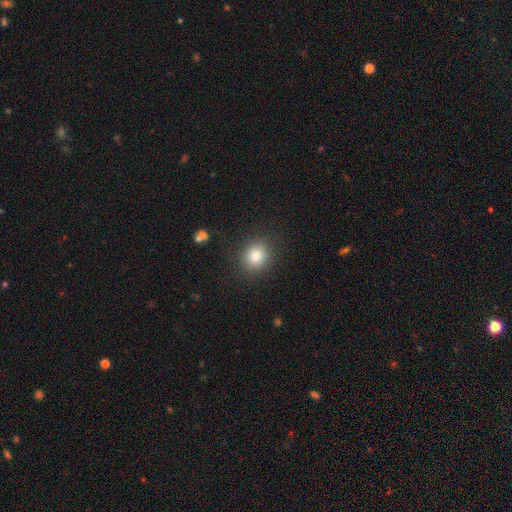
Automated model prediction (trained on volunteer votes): This appears to be a smooth galaxy with no disk features (83%) that is round (73%). Merging: none (88%).